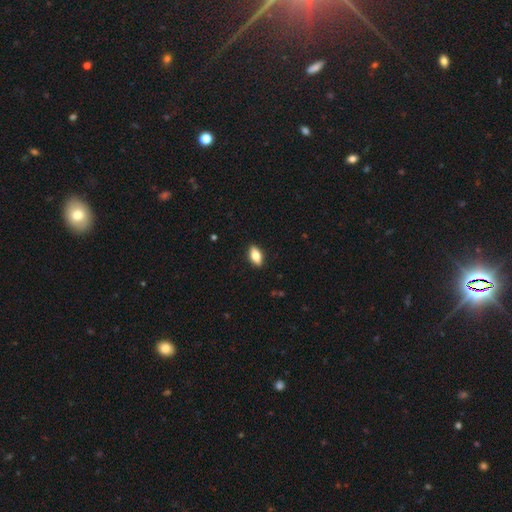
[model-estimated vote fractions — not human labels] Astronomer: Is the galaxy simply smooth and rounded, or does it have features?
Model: smooth — 74%.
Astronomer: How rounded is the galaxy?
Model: in between — 85%.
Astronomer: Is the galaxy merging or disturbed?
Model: none — 89%.